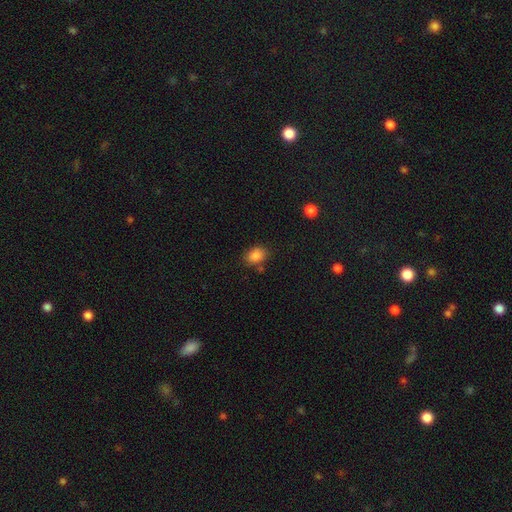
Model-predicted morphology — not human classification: smooth-or-featured: smooth: 85% | star or artifact: 10% | featured or disk: 5%
  how-rounded: in between: 69% | round: 30% | cigar-shaped: 1%
  merging: none: 77% | minor disturbance: 13% | merger: 6% | major disturbance: 4%